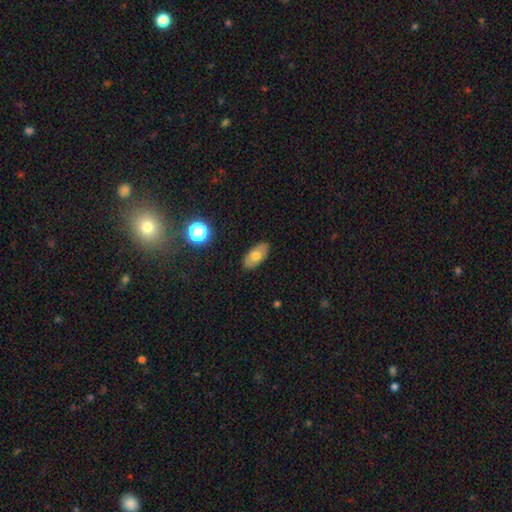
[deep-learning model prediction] smooth_or_featured: smooth (p=0.66) [alt: featured or disk p=0.26]
how_rounded: in between (p=0.91) [alt: round p=0.05]
merging: none (p=0.87) [alt: minor disturbance p=0.10]